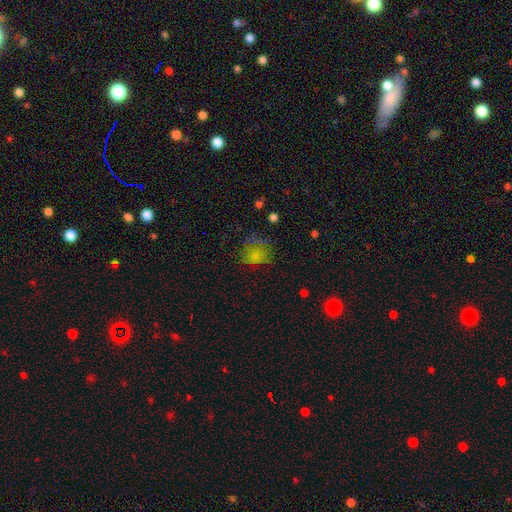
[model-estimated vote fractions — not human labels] The model was most divided on "merging": none: 51%, minor disturbance: 24%, major disturbance: 22%, merger: 3%. More confident: how rounded — round (70%); smooth or featured — smooth (69%).